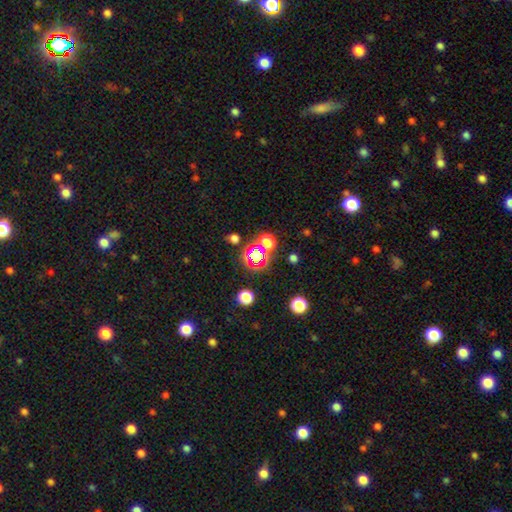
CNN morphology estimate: Overall: star or artifact (55%; smooth 34%).